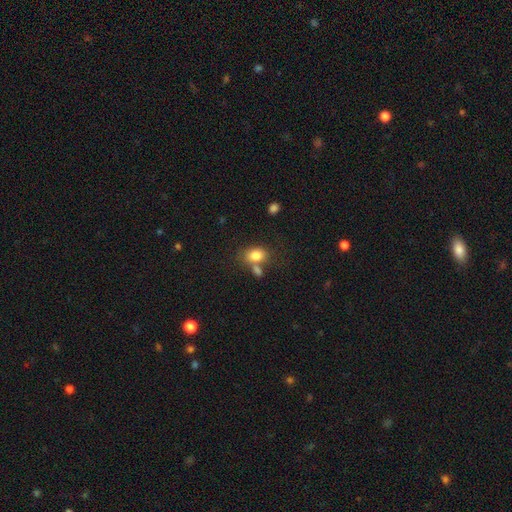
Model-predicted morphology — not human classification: Smooth or featured: smooth — 81% (featured or disk — 10%)
How rounded: in between — 70% (round — 28%)
Merging: none — 51% (merger — 29%)